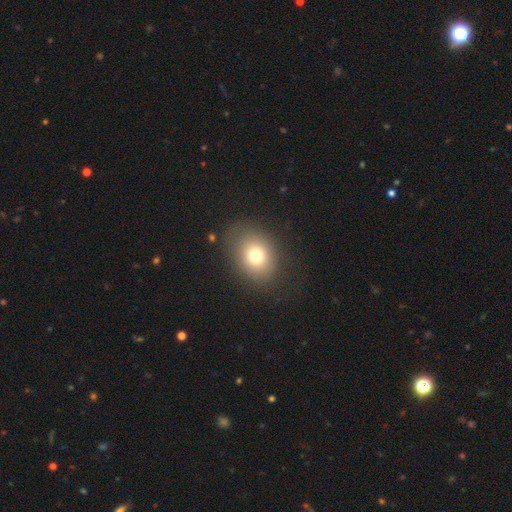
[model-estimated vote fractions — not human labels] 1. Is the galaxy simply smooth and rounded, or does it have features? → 74% smooth, 13% featured or disk, 13% star or artifact.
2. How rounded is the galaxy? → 51% in between, 48% round, 1% cigar-shaped.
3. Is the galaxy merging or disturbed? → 79% none, 13% minor disturbance, 7% major disturbance, 1% merger.